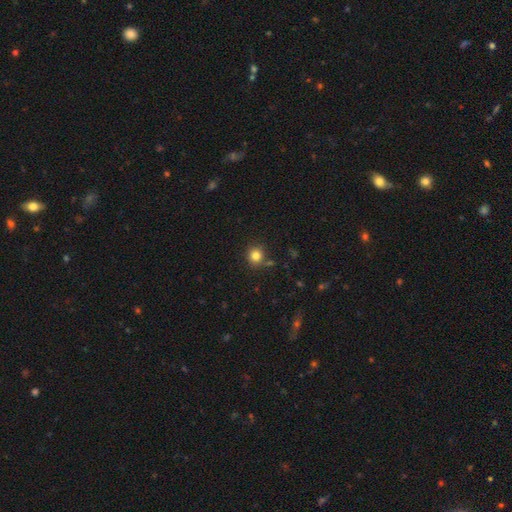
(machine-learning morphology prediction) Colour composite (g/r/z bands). It shows a smooth galaxy with no disk features (82%) that is round (90%). Merging: none (83%).